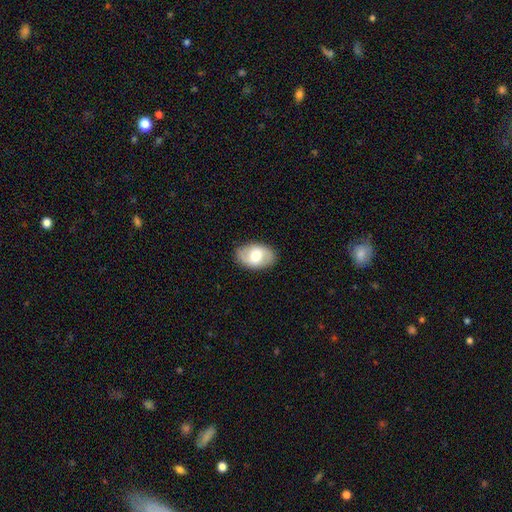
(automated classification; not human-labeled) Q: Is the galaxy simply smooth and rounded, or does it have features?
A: smooth — 58%.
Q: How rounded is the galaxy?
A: in between — 90%.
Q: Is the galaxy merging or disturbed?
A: none — 86%.